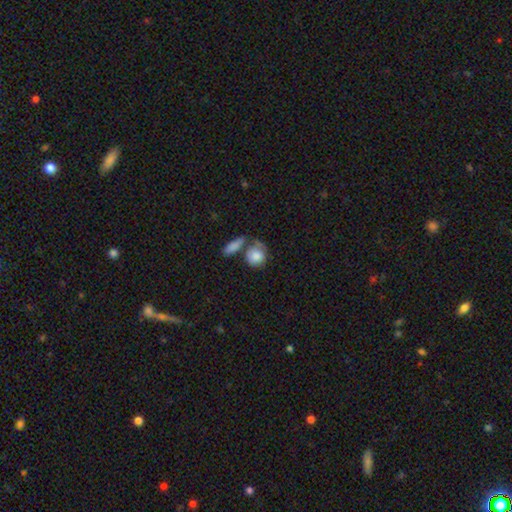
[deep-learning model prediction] Q: Smooth or featured?
A: smooth (83%); runner-up: featured or disk (11%)
Q: How rounded?
A: round (71%); runner-up: in between (27%)
Q: Merging?
A: none (48%); runner-up: merger (26%)